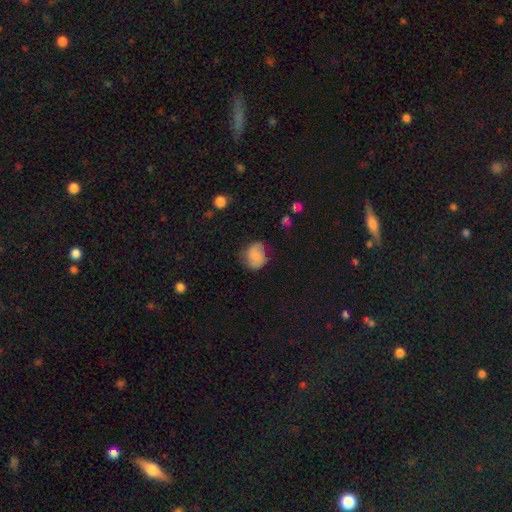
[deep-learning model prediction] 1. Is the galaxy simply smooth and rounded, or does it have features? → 76% smooth, 16% featured or disk, 8% star or artifact.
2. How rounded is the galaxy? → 58% round, 41% in between, 1% cigar-shaped.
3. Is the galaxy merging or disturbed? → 63% none, 27% minor disturbance, 8% major disturbance, 2% merger.